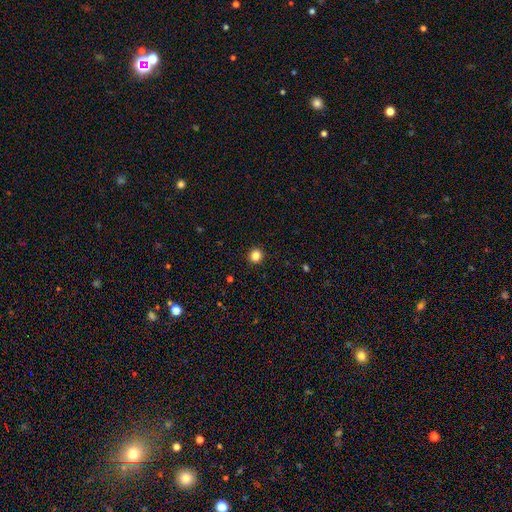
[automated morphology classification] Q: Smooth or featured?
A: smooth (84%); runner-up: star or artifact (12%)
Q: How rounded?
A: round (92%); runner-up: in between (7%)
Q: Merging?
A: none (93%); runner-up: minor disturbance (4%)